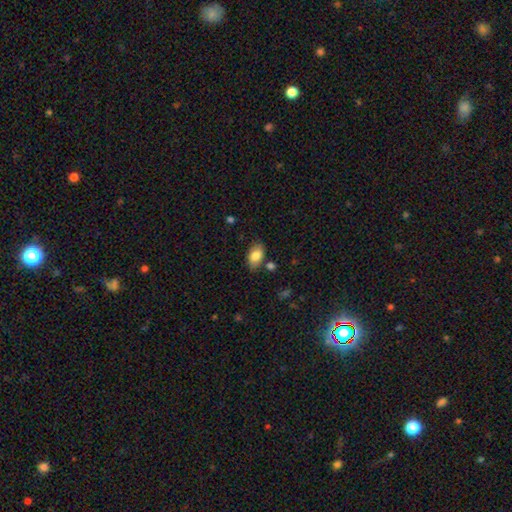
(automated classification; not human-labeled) Overall: smooth (82%). How rounded: in between (91%). Merging: none (77%).